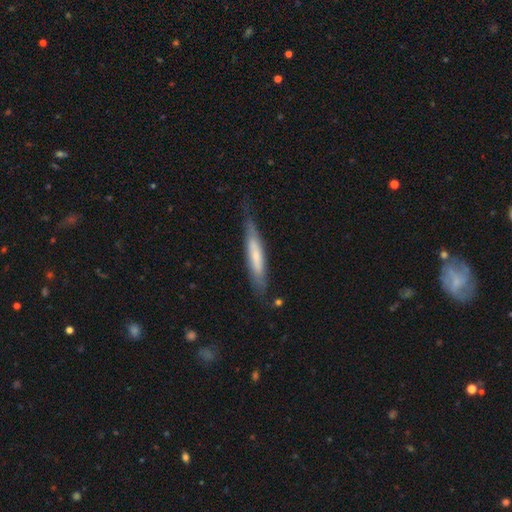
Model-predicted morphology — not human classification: A smooth galaxy with no disk features (52%) that is cigar-shaped (91%). Merging: none (70%).